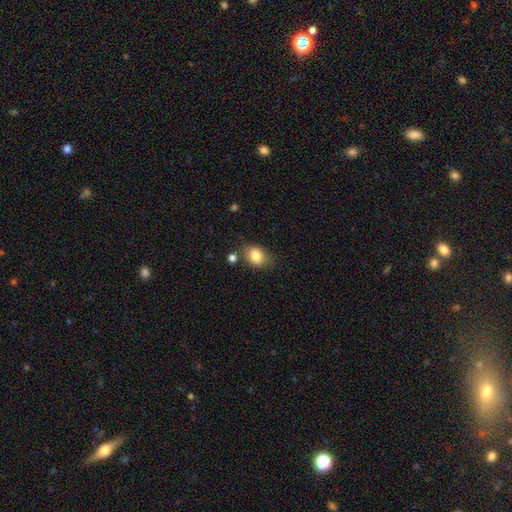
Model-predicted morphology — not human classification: A smooth galaxy with no disk features (83%) that is in between round and cigar-shaped (67%).

Vote fractions:
- Smooth or featured? smooth: 83% / star or artifact: 9% / featured or disk: 9%
- How rounded? in between: 67% / round: 32% / cigar-shaped: 1%
- Merging? none: 69% / minor disturbance: 18% / merger: 7% / major disturbance: 5%